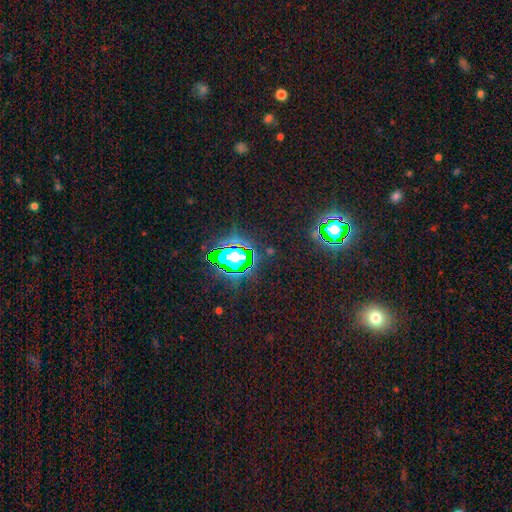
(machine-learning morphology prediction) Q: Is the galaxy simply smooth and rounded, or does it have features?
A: star or artifact — 80%.